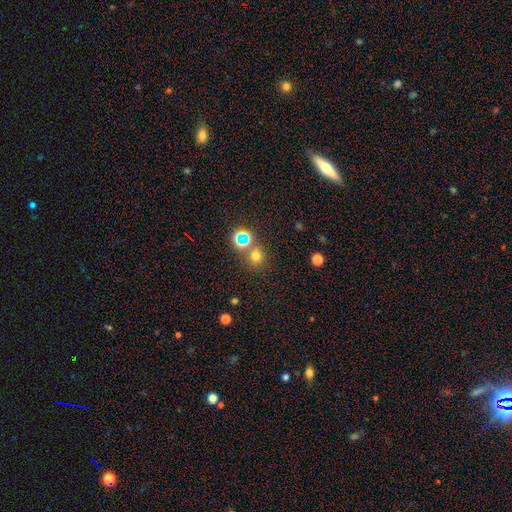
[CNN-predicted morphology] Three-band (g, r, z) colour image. It shows a smooth galaxy with no disk features (66%) that is round (88%). Merging: none (73%).